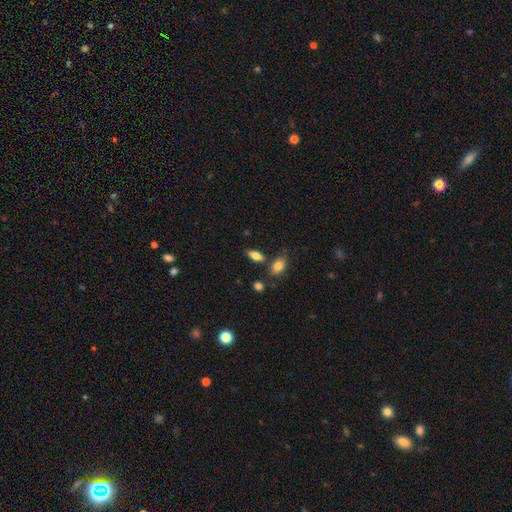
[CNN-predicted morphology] Smooth or featured?
  - smooth: 76% *
  - featured or disk: 16%
  - star or artifact: 8%
How rounded?
  - in between: 83% *
  - cigar-shaped: 14%
  - round: 4%
Merging?
  - none: 73% *
  - minor disturbance: 14%
  - merger: 10%
  - major disturbance: 4%